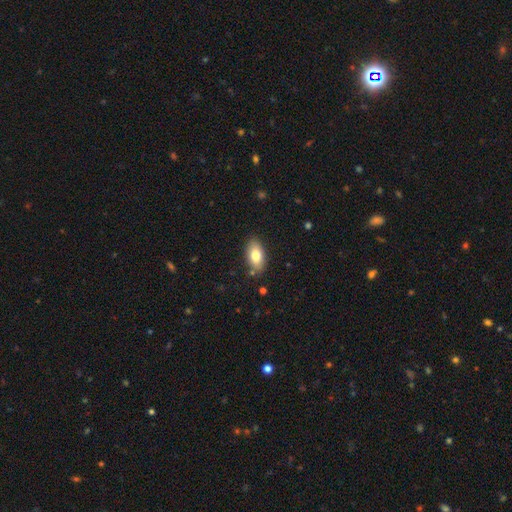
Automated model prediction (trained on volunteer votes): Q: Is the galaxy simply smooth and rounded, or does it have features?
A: smooth — 81%.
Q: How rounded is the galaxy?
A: in between — 91%.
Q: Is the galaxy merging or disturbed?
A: none — 84%.